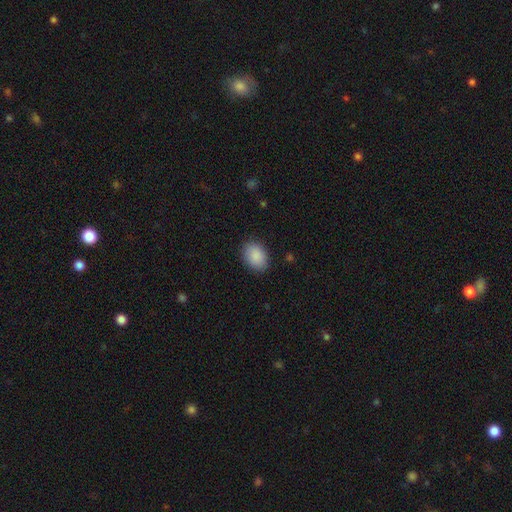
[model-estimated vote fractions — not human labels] This appears to be a smooth galaxy with no disk features (89%) that is in between round and cigar-shaped (78%). Merging: none (86%).